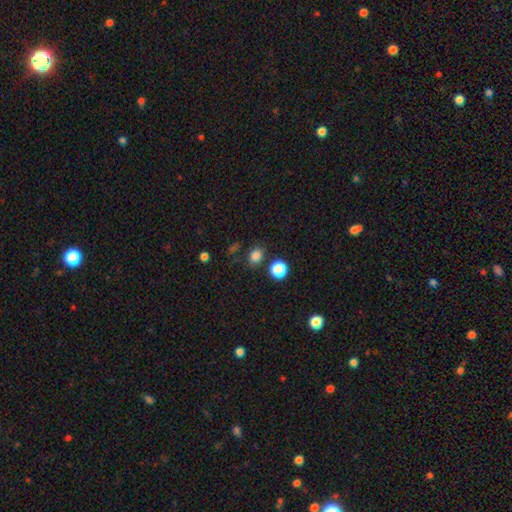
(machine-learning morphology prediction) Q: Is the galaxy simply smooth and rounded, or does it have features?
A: smooth — 81%.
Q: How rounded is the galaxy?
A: round — 59%.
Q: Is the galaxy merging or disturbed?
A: none — 77%.